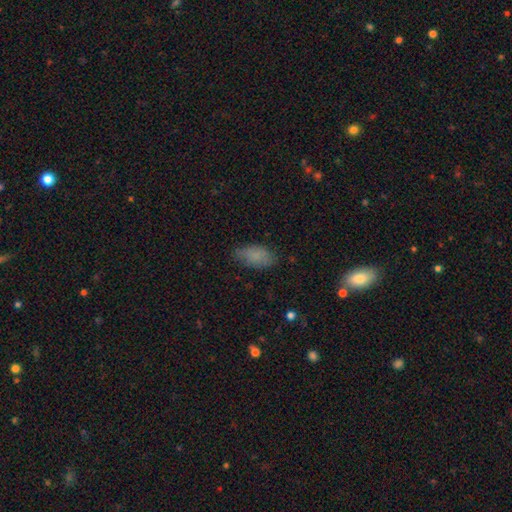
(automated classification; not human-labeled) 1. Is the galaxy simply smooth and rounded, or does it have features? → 82% smooth, 9% featured or disk, 9% star or artifact.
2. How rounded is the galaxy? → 91% in between, 5% cigar-shaped, 3% round.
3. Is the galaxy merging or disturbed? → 75% none, 19% minor disturbance, 5% major disturbance, 1% merger.